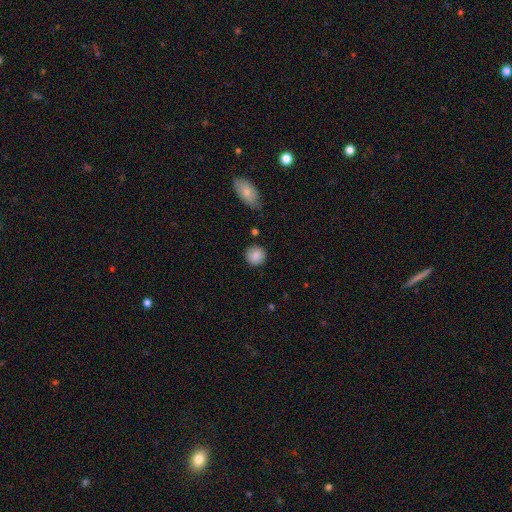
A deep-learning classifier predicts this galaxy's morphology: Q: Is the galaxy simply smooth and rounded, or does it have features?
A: smooth — 85%.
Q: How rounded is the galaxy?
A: round — 89%.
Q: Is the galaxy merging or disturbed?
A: none — 83%.